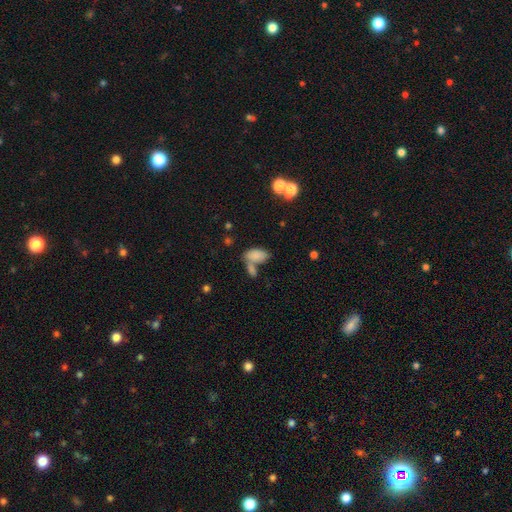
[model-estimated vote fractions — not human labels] smooth-or-featured: smooth: 80% | featured or disk: 10% | star or artifact: 10%
  how-rounded: in between: 92% | round: 5% | cigar-shaped: 3%
  merging: merger: 43% | none: 36% | minor disturbance: 14% | major disturbance: 7%